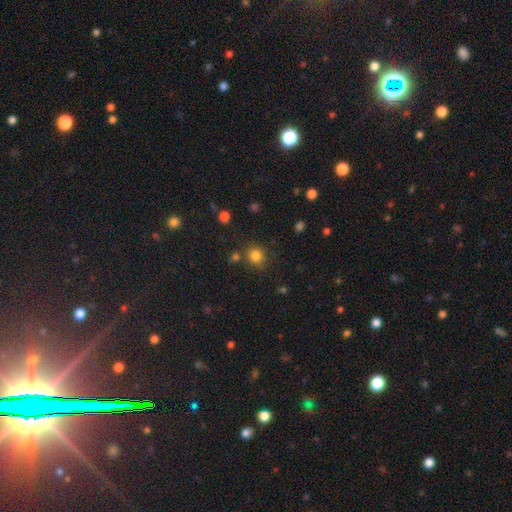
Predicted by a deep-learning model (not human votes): smooth_or_featured: smooth (p=0.82) [alt: star or artifact p=0.13]
how_rounded: round (p=0.85) [alt: in between p=0.14]
merging: none (p=0.77) [alt: minor disturbance p=0.11]